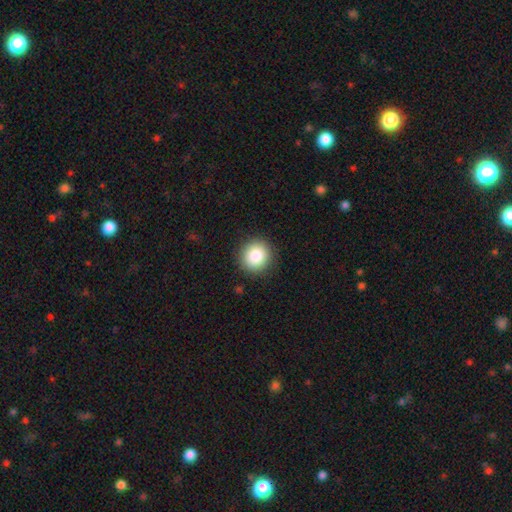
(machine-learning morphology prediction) A smooth galaxy with no disk features (86%) that is round (91%).

Vote fractions:
- Smooth or featured? smooth: 86% / star or artifact: 9% / featured or disk: 5%
- How rounded? round: 91% / in between: 8% / cigar-shaped: 1%
- Merging? none: 91% / minor disturbance: 6% / major disturbance: 2% / merger: 1%